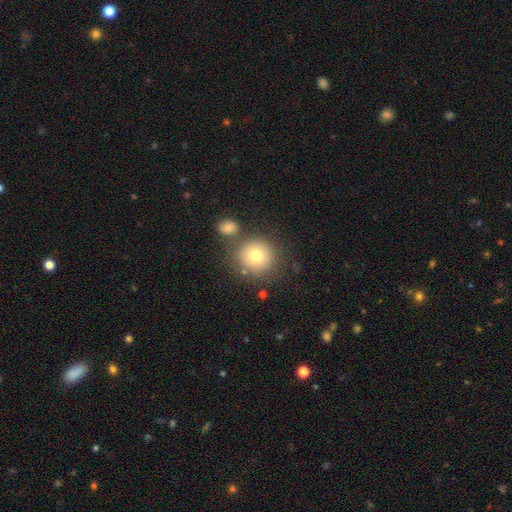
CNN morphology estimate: Overall: smooth (76%). How rounded: round (92%). Merging: none (71%).